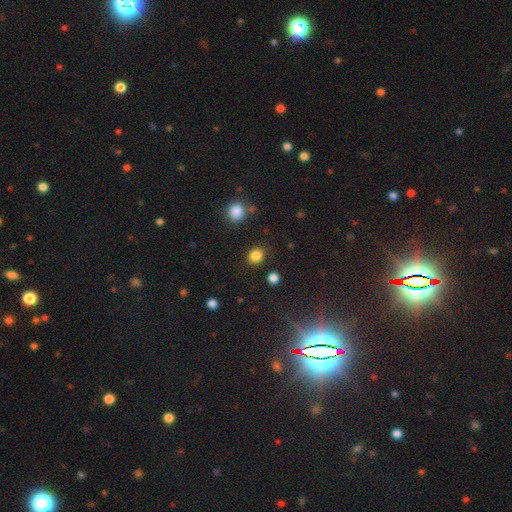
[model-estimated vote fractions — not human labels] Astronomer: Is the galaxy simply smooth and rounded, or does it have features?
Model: smooth — 84%.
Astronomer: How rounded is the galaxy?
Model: round — 66%.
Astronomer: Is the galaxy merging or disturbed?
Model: none — 84%.